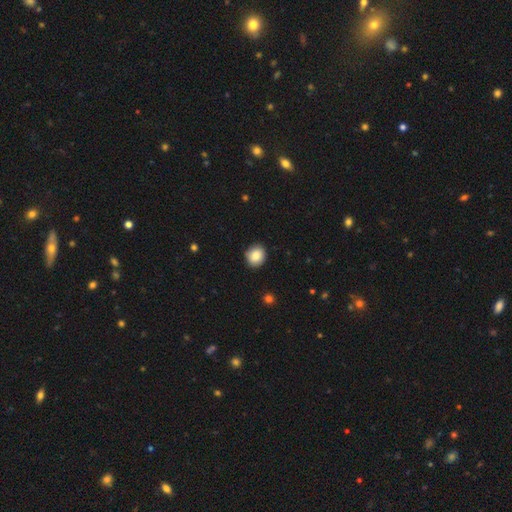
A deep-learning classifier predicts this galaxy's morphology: Smooth or featured?
  - smooth: 85% *
  - star or artifact: 8%
  - featured or disk: 7%
How rounded?
  - round: 77% *
  - in between: 22%
  - cigar-shaped: 1%
Merging?
  - none: 89% *
  - minor disturbance: 8%
  - major disturbance: 2%
  - merger: 1%